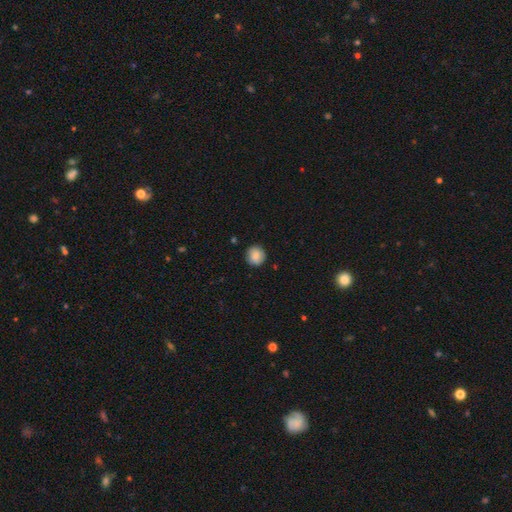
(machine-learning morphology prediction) Smooth or featured? smooth (84%)
How rounded? round (90%)
Merging? none (88%)